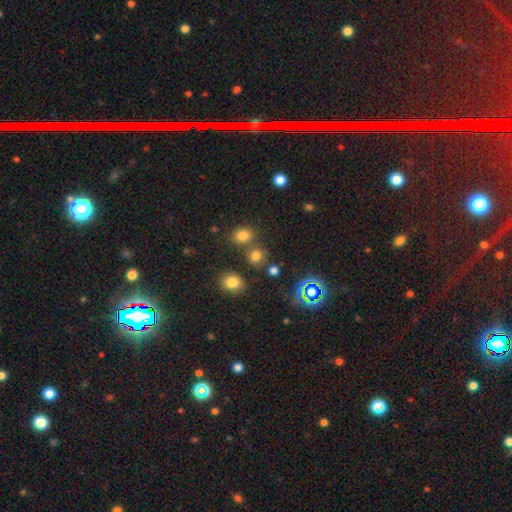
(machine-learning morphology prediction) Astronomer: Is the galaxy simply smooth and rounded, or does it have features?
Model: smooth — 72%.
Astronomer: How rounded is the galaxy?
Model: round — 79%.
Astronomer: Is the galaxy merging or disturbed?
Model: none — 68%.